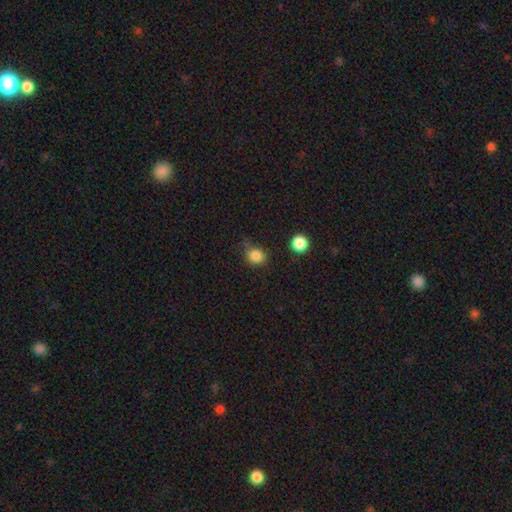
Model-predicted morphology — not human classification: Overall: smooth (84%). How rounded: round (84%). Merging: none (68%).